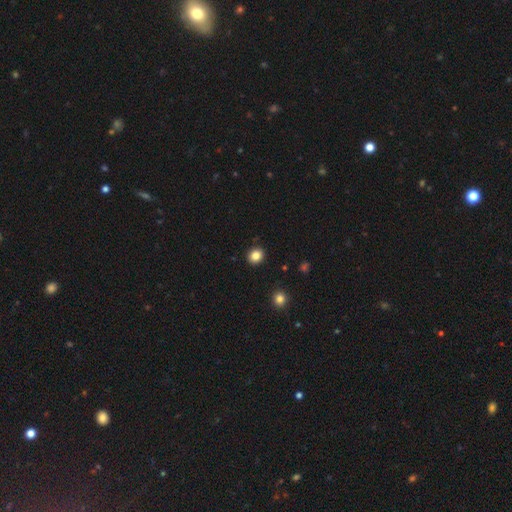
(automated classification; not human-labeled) smooth 85%, star or artifact 11%, featured or disk 4%. Down the decision tree: how rounded — round (73%); merging — none (91%).